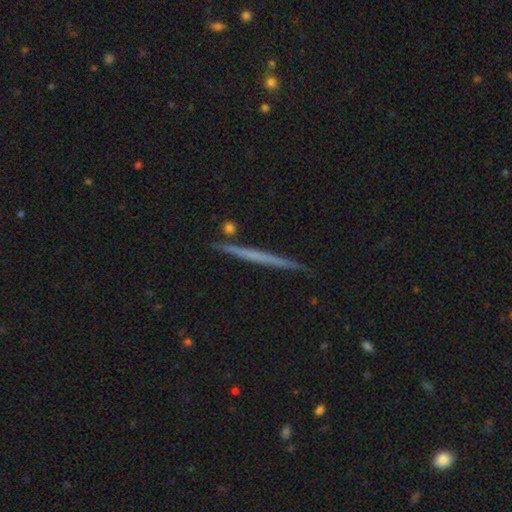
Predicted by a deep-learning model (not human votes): Smooth or featured: featured or disk — 55% (smooth — 39%)
Edge-on disk: yes — 98% (no — 2%)
Edge-on bulge: none — 92% (rounded — 6%)
Merging: none — 91% (minor disturbance — 6%)